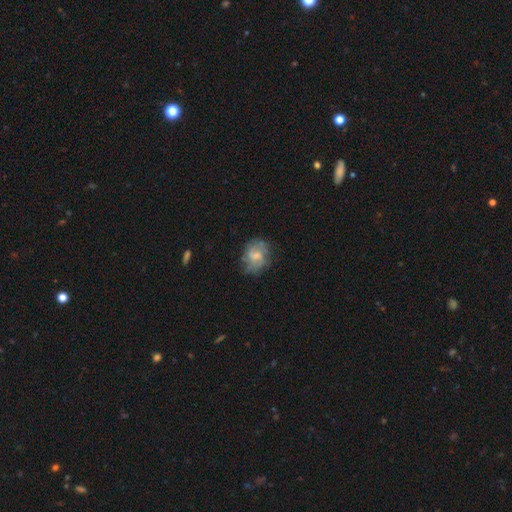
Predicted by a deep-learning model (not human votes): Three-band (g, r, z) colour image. It shows a featured or disk galaxy (49%). Merging: none (61%).